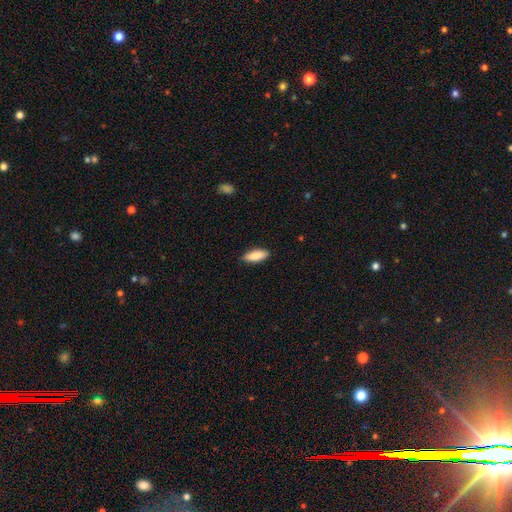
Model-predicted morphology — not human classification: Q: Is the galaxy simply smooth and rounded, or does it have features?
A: smooth — 86%.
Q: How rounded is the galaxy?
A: in between — 71%.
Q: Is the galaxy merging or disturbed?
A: none — 86%.